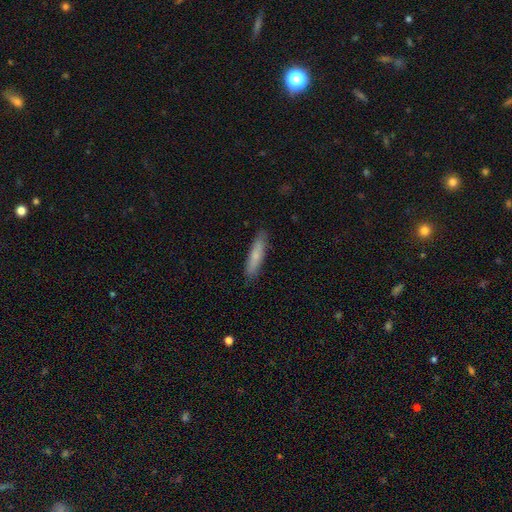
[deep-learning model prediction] smooth_or_featured: smooth (p=0.73) [alt: featured or disk p=0.21]
how_rounded: cigar-shaped (p=0.84) [alt: in between p=0.14]
merging: none (p=0.87) [alt: minor disturbance p=0.10]